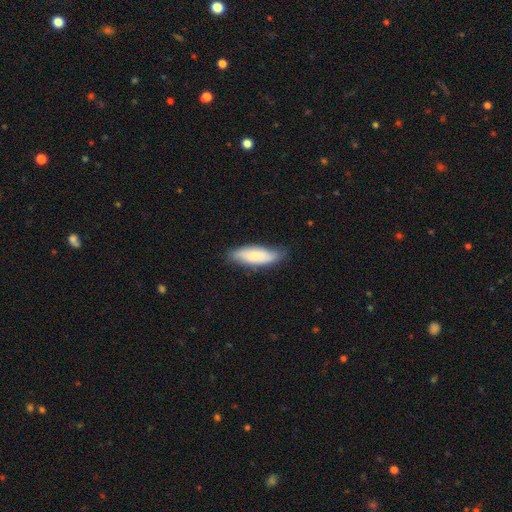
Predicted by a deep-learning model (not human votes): This appears to be a smooth galaxy with no disk features (77%) that is in between round and cigar-shaped (60%). Merging: none (75%).